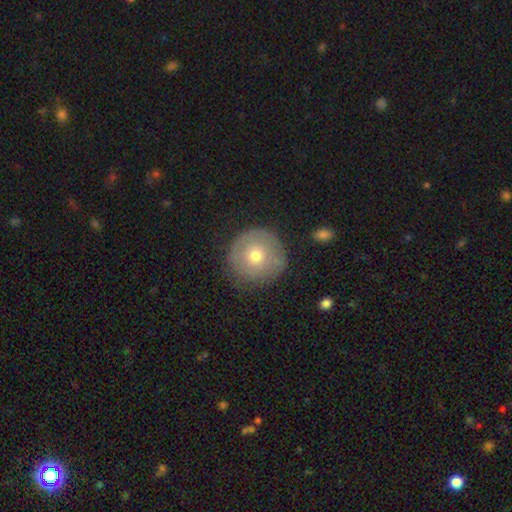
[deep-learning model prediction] A smooth galaxy with no disk features (62%) that is round (95%). Merging: none (80%).